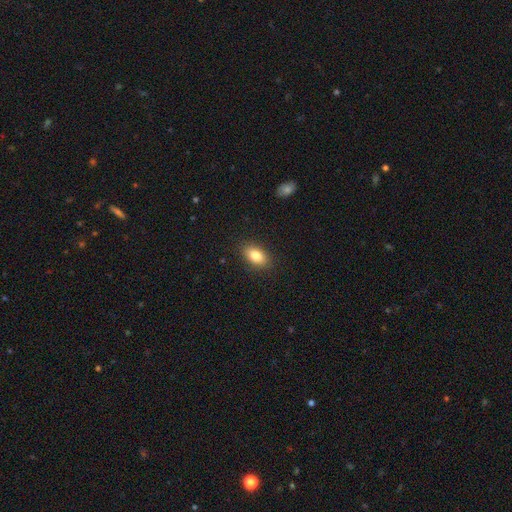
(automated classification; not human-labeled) This appears to be a smooth galaxy with no disk features (83%) that is in between round and cigar-shaped (88%). Merging: none (88%).